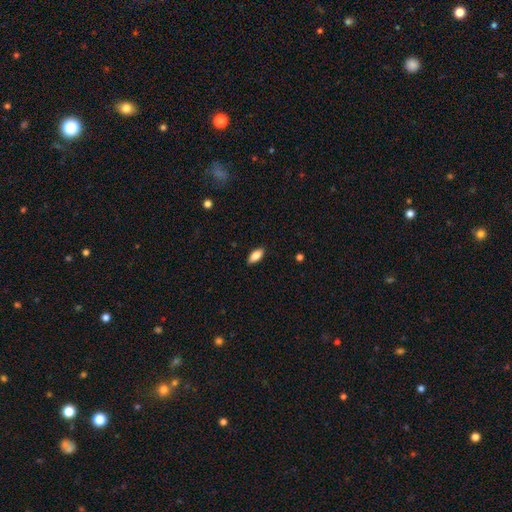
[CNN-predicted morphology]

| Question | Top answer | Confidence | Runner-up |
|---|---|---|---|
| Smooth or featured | smooth | 84% | featured or disk (9%) |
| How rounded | in between | 87% | cigar-shaped (11%) |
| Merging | none | 88% | minor disturbance (9%) |